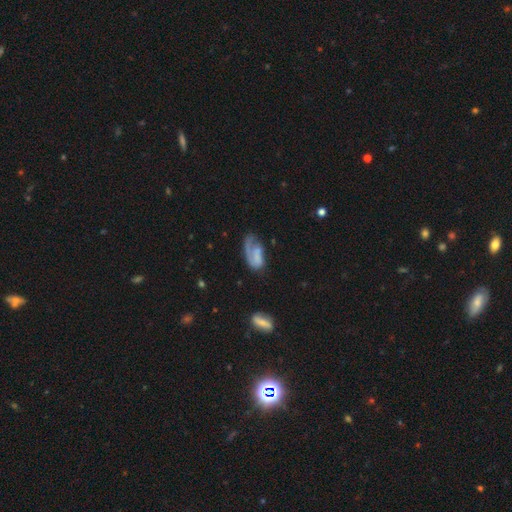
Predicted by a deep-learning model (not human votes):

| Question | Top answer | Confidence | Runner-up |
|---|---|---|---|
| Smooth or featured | featured or disk | 51% | smooth (41%) |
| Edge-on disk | no | 96% | yes (4%) |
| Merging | major disturbance | 38% | none (32%) |